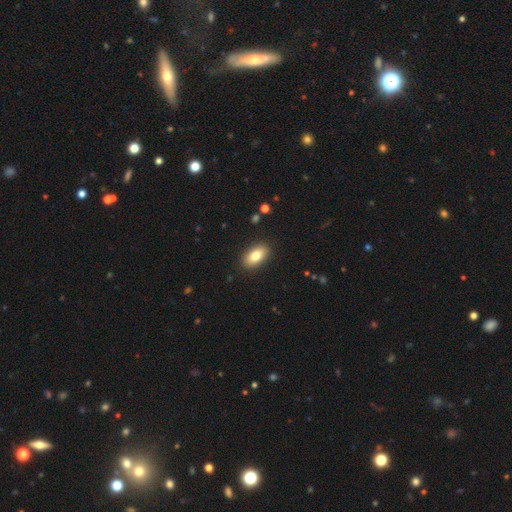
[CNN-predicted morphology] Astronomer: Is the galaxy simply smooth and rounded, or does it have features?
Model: smooth — 81%.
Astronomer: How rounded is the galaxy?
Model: in between — 92%.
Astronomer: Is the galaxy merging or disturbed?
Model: none — 89%.